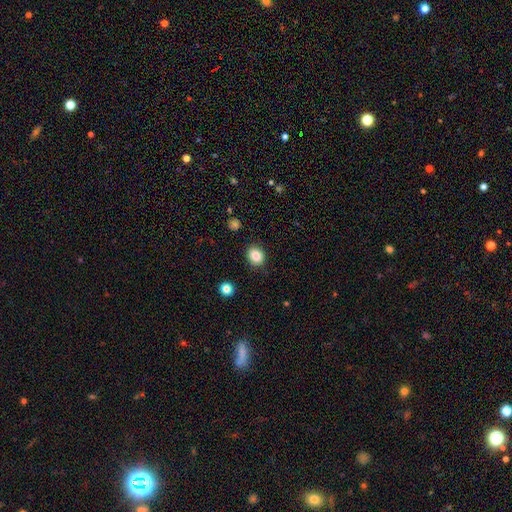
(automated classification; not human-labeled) The model was most divided on "how rounded": round: 62%, in between: 37%, cigar-shaped: 1%. More confident: merging — none (88%); smooth or featured — smooth (85%).